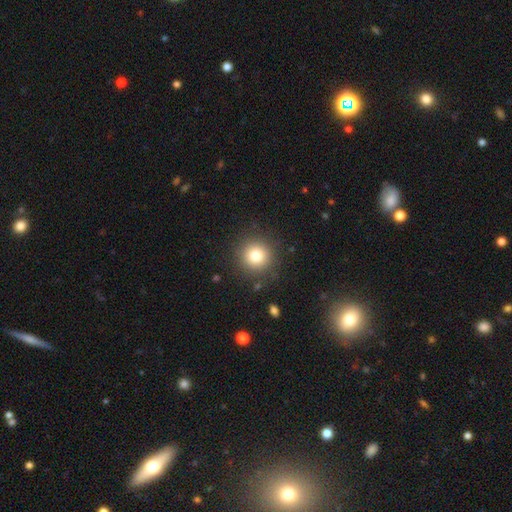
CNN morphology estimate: smooth-or-featured: smooth: 80% | star or artifact: 12% | featured or disk: 9%
  how-rounded: round: 94% | in between: 5% | cigar-shaped: 1%
  merging: none: 88% | minor disturbance: 7% | major disturbance: 3% | merger: 2%